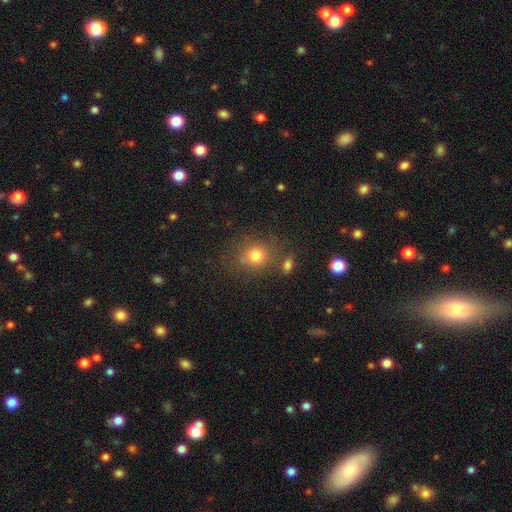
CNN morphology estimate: Smooth or featured? Predicted: smooth (p=0.77). How rounded? Predicted: round (p=0.77). Merging? Predicted: none (p=0.72).